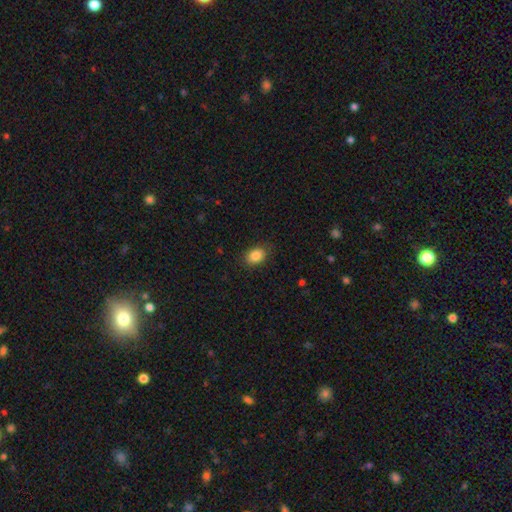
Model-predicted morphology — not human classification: smooth-or-featured: smooth: 86% | star or artifact: 9% | featured or disk: 5%
  how-rounded: in between: 71% | round: 28% | cigar-shaped: 1%
  merging: none: 83% | minor disturbance: 12% | major disturbance: 3% | merger: 1%